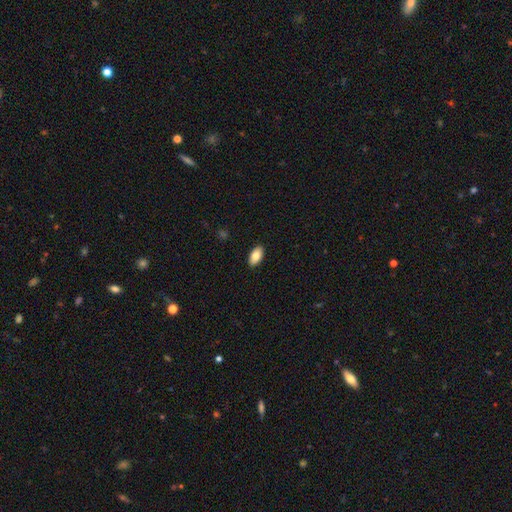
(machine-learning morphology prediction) A smooth galaxy with no disk features (82%) that is in between round and cigar-shaped (94%).

Vote fractions:
- Smooth or featured? smooth: 82% / featured or disk: 11% / star or artifact: 6%
- How rounded? in between: 94% / cigar-shaped: 3% / round: 3%
- Merging? none: 90% / minor disturbance: 8% / major disturbance: 2% / merger: 1%